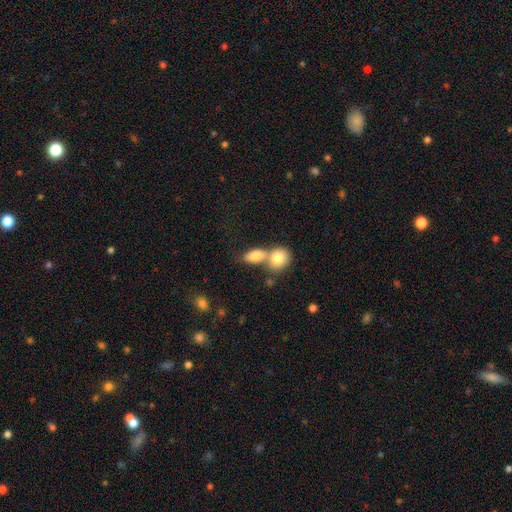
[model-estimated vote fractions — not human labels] This appears to be a smooth galaxy with no disk features (81%) that is in between round and cigar-shaped (80%). Merging: merger (63%).